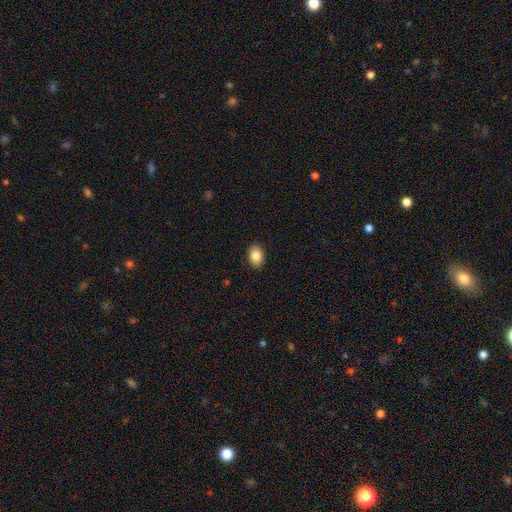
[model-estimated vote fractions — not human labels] Smooth or featured: smooth — 86% (star or artifact — 8%)
How rounded: in between — 81% (round — 18%)
Merging: none — 90% (minor disturbance — 7%)